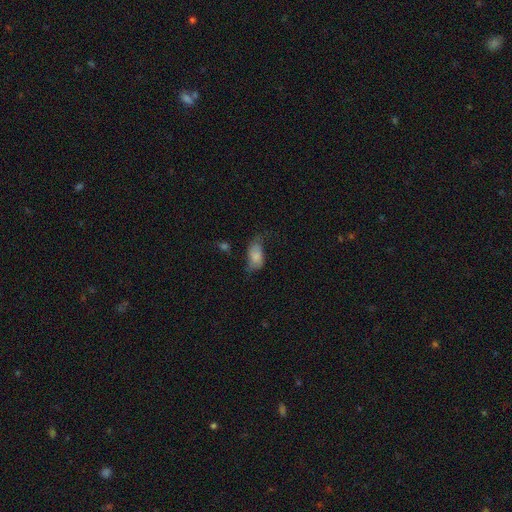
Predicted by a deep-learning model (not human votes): A smooth galaxy with no disk features (73%) that is in between round and cigar-shaped (92%). Merging: none (41%).